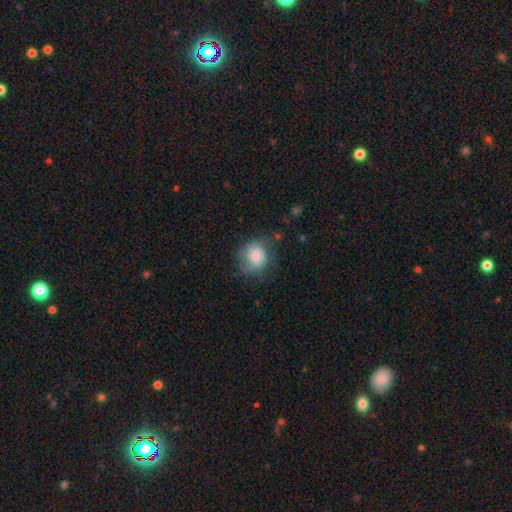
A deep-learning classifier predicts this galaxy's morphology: smooth_or_featured: smooth (p=0.59) [alt: featured or disk p=0.33]
how_rounded: round (p=0.79) [alt: in between p=0.20]
merging: none (p=0.61) [alt: minor disturbance p=0.24]